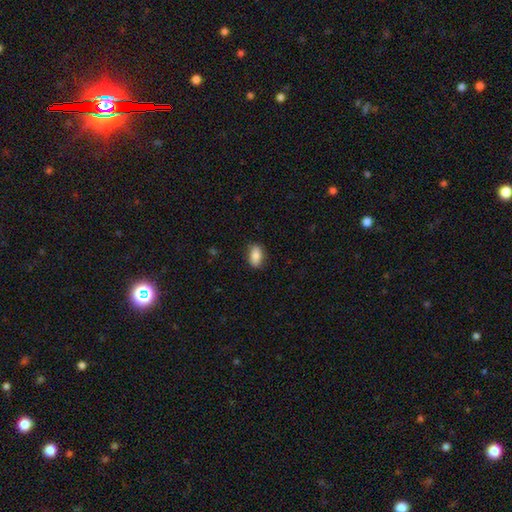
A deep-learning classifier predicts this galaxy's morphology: A smooth galaxy with no disk features (86%) that is in between round and cigar-shaped (90%).

Vote fractions:
- Smooth or featured? smooth: 86% / star or artifact: 7% / featured or disk: 7%
- How rounded? in between: 90% / round: 7% / cigar-shaped: 3%
- Merging? none: 84% / minor disturbance: 12% / major disturbance: 3% / merger: 1%